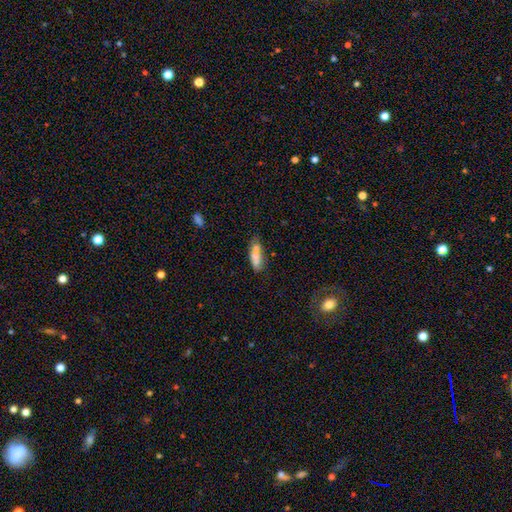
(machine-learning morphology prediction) This appears to be a smooth galaxy with no disk features (67%) that is in between round and cigar-shaped (71%). Merging: none (46%).